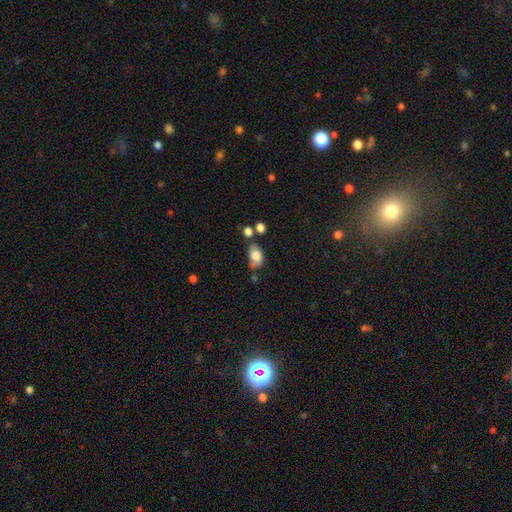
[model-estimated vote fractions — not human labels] smooth 75%, featured or disk 16%, star or artifact 9%. Down the decision tree: how rounded — in between (86%); merging — none (41%).